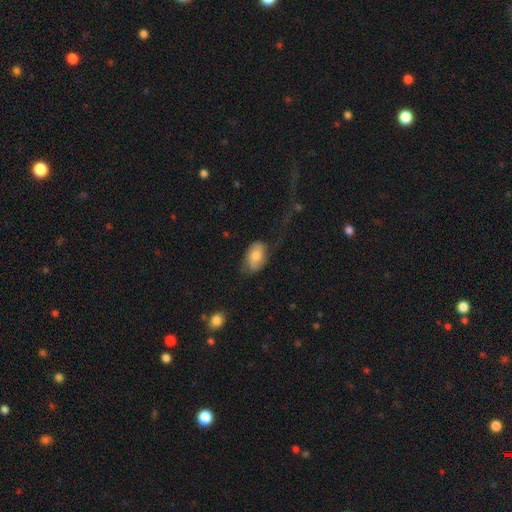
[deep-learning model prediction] Smooth or featured? smooth (61%)
How rounded? in between (89%)
Merging? none (51%)